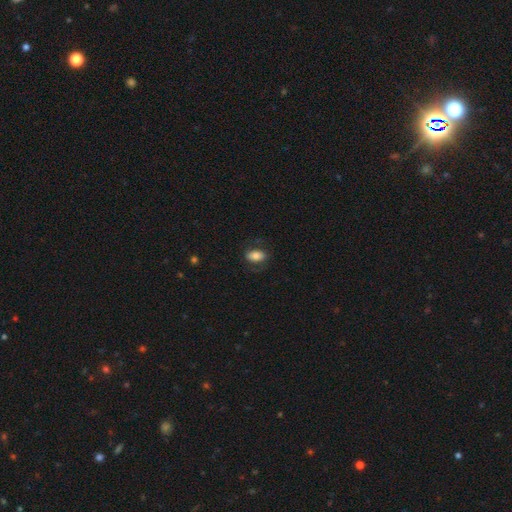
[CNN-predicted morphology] smooth-or-featured: smooth: 75% | featured or disk: 17% | star or artifact: 8%
  how-rounded: in between: 90% | round: 7% | cigar-shaped: 3%
  merging: none: 76% | minor disturbance: 15% | major disturbance: 8% | merger: 1%